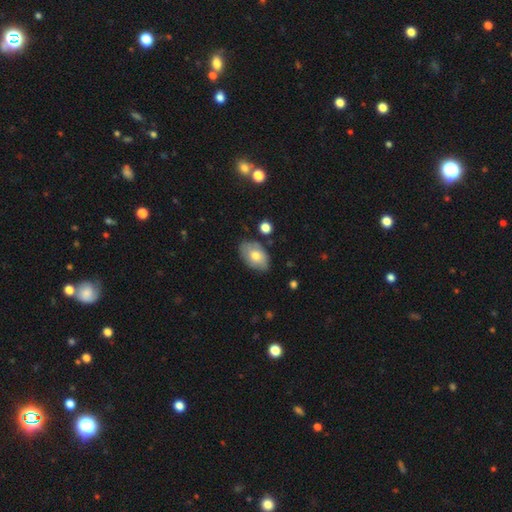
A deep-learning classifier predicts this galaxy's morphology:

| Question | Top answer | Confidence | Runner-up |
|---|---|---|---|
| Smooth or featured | smooth | 69% | featured or disk (24%) |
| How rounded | in between | 89% | round (10%) |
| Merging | none | 73% | minor disturbance (20%) |